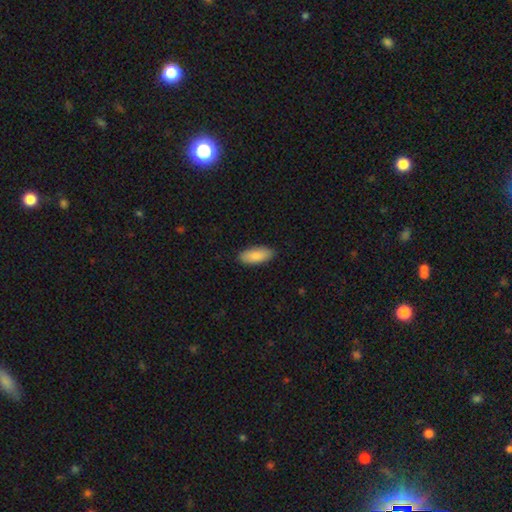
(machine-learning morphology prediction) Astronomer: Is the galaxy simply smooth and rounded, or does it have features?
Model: smooth — 88%.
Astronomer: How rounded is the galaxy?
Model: in between — 85%.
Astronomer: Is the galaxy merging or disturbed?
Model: none — 88%.